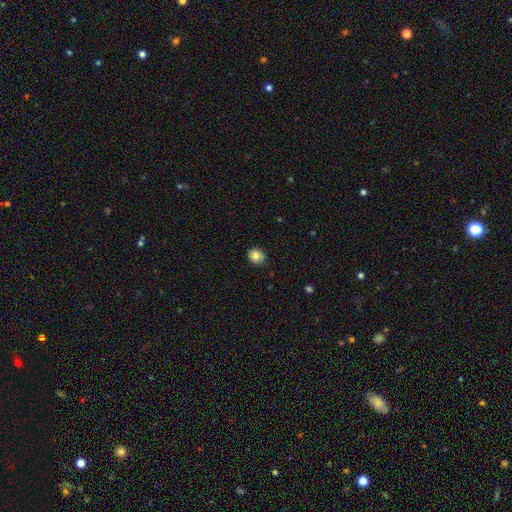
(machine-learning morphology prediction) type=smooth (83%); roundness=round (60%); merging=none (87%).